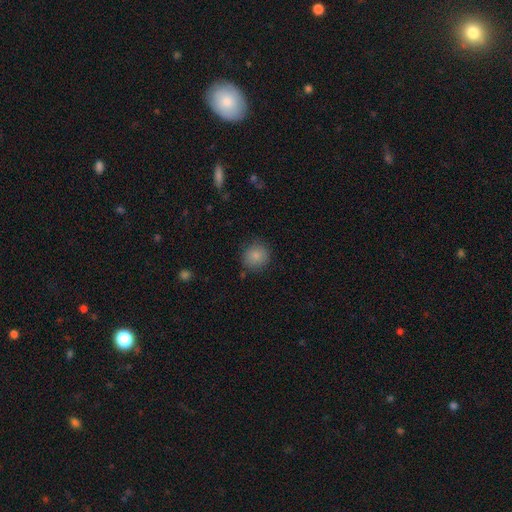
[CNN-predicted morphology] Smooth or featured: smooth — 85% (star or artifact — 10%)
How rounded: round — 86% (in between — 13%)
Merging: none — 83% (minor disturbance — 11%)